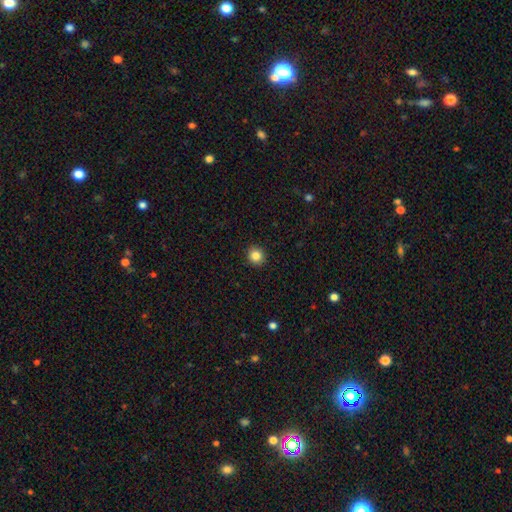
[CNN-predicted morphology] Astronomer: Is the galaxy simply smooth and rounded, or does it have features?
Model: smooth — 85%.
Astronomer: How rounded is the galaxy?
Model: round — 93%.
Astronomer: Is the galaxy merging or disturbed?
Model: none — 92%.